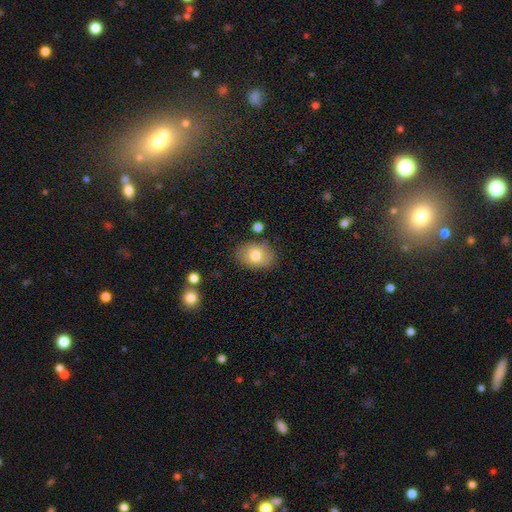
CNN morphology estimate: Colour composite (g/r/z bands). It shows a smooth galaxy with no disk features (77%) that is in between round and cigar-shaped (77%). Merging: none (79%).